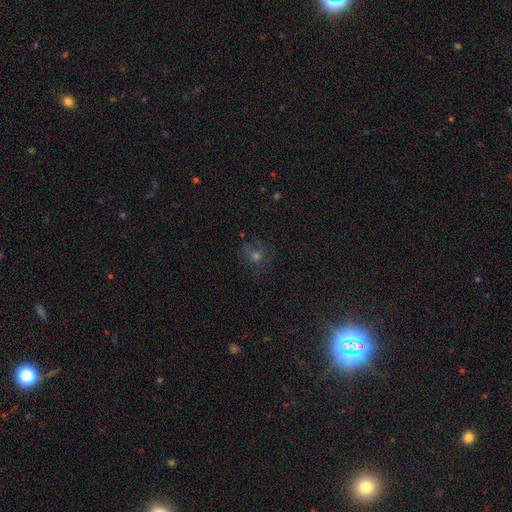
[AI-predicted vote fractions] star or artifact 39% (tied), smooth 39% (tied), featured or disk 22%.